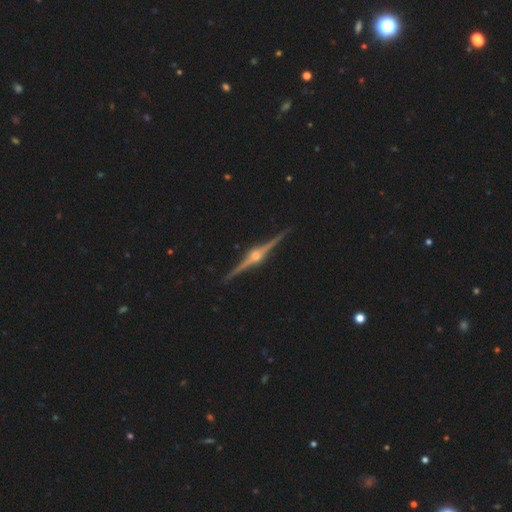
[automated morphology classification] Smooth or featured? featured or disk (92%)
Edge-on disk? yes (99%)
Edge-on bulge? rounded (93%)
Merging? none (92%)